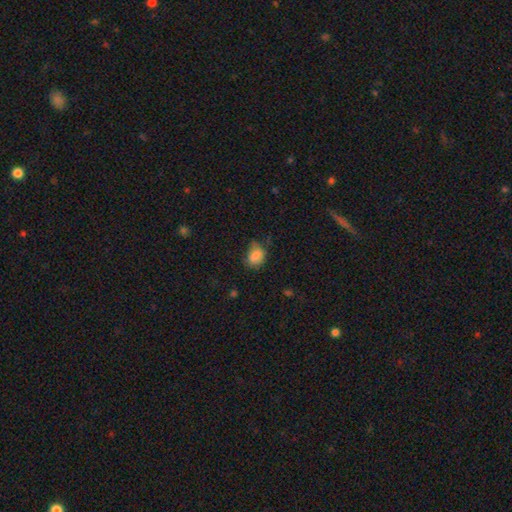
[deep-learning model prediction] A smooth galaxy with no disk features (82%) that is in between round and cigar-shaped (61%). Merging: none (48%).